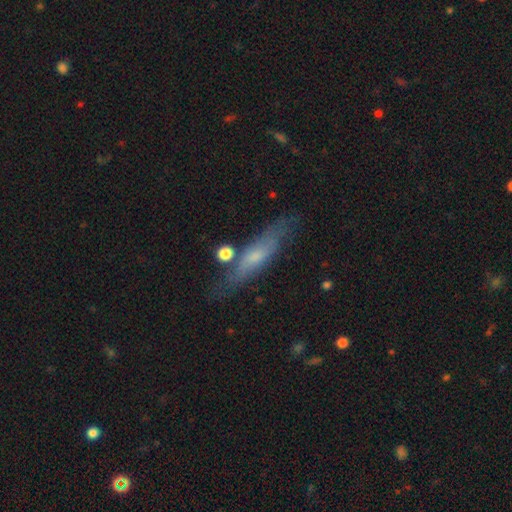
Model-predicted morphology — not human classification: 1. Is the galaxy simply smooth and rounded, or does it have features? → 49% featured or disk, 42% smooth, 10% star or artifact.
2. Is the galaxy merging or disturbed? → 71% none, 18% minor disturbance, 6% major disturbance, 5% merger.